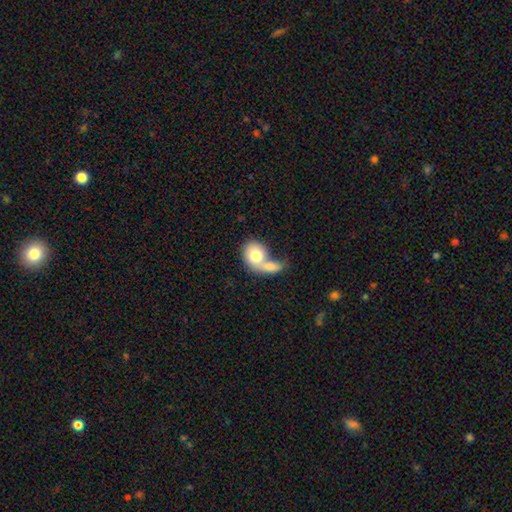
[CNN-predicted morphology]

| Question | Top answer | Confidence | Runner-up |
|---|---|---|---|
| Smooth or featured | smooth | 75% | featured or disk (19%) |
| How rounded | in between | 50% | round (49%) |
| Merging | merger | 66% | none (19%) |